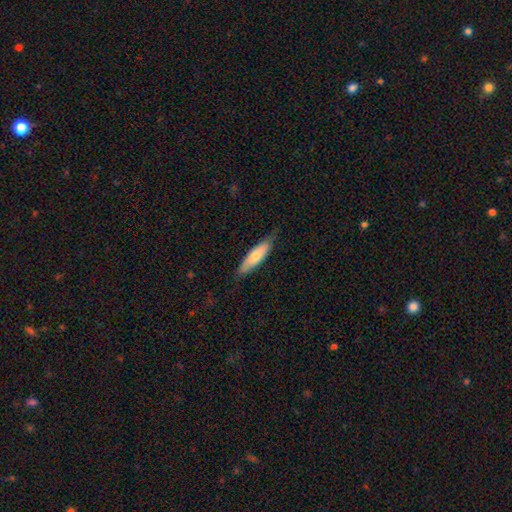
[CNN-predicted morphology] This is likely a smooth galaxy (66%). How rounded: possibly cigar-shaped (56%). Merging: likely none (73%).